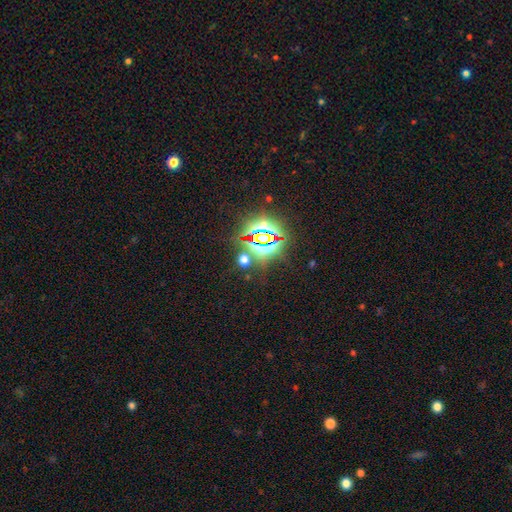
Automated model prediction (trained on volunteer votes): A star or artifact, not a galaxy (86%).

Vote fractions:
- Smooth or featured? star or artifact: 86% / smooth: 9% / featured or disk: 6%